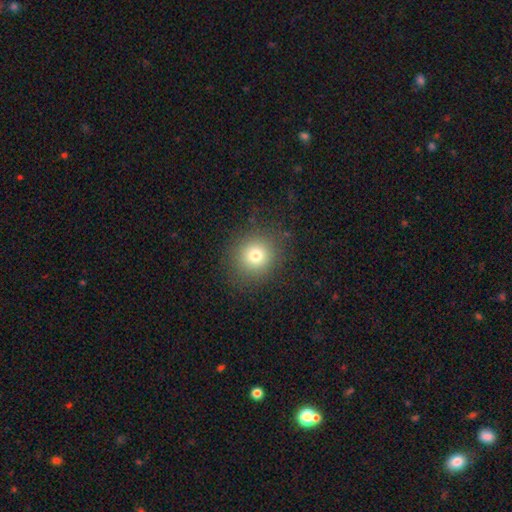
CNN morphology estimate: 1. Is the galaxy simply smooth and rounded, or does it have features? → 77% smooth, 14% star or artifact, 9% featured or disk.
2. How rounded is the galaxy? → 87% round, 12% in between, 1% cigar-shaped.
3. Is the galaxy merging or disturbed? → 88% none, 8% minor disturbance, 3% major disturbance, 1% merger.